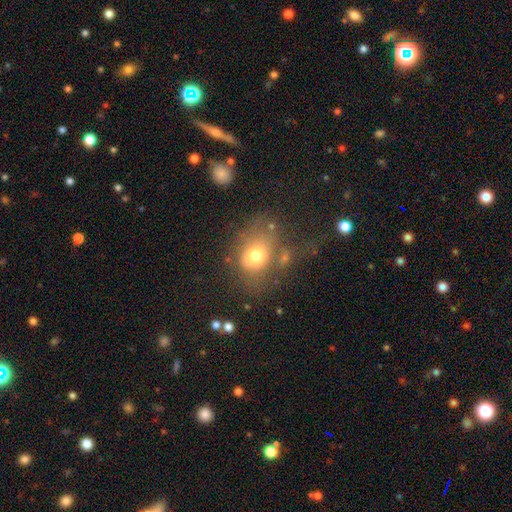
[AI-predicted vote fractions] This appears to be a smooth galaxy with no disk features (69%) that is in between round and cigar-shaped (55%). Merging: none (39%).